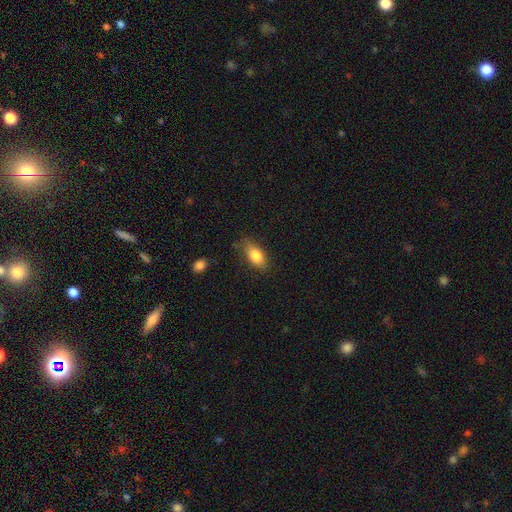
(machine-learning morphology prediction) smooth 82%, featured or disk 10%, star or artifact 7%. Down the decision tree: how rounded — in between (87%); merging — none (75%).